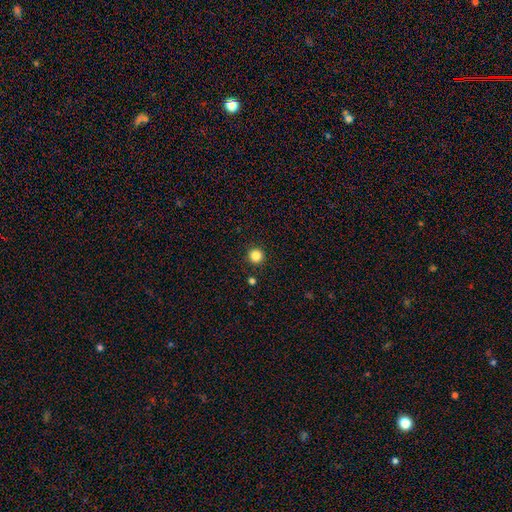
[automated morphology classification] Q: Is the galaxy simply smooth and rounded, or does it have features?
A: smooth — 85%.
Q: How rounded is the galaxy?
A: round — 96%.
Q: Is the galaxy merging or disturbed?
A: none — 92%.